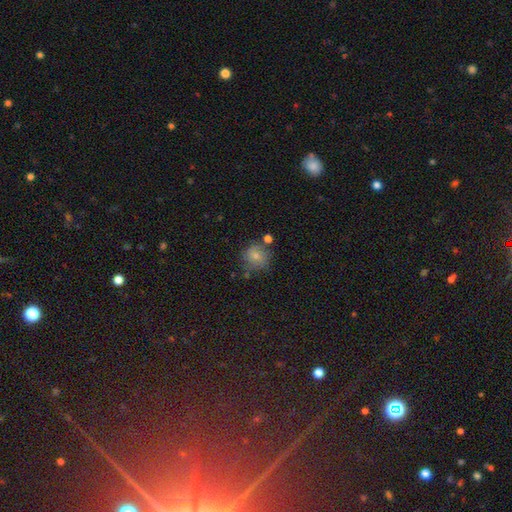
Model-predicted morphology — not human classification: smooth-or-featured: smooth: 74% | featured or disk: 15% | star or artifact: 11%
  how-rounded: round: 87% | in between: 12% | cigar-shaped: 1%
  merging: none: 68% | minor disturbance: 17% | merger: 10% | major disturbance: 6%